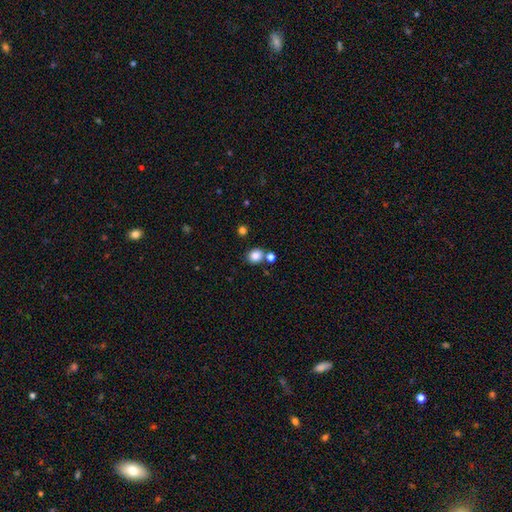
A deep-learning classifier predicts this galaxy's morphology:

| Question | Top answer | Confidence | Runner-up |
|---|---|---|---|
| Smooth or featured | smooth | 84% | star or artifact (11%) |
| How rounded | round | 65% | in between (34%) |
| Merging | none | 73% | merger (14%) |